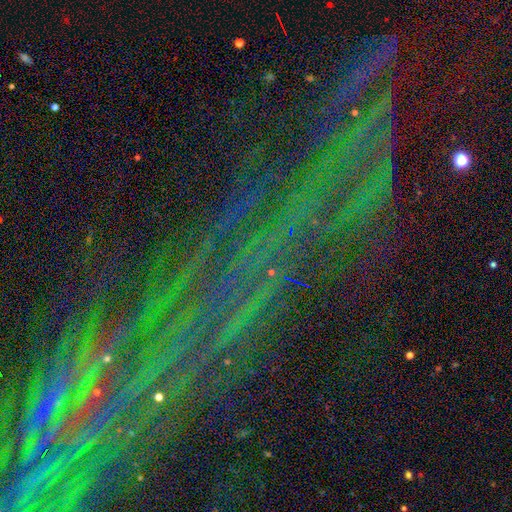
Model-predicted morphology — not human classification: star or artifact 81%, featured or disk 11%, smooth 8%.